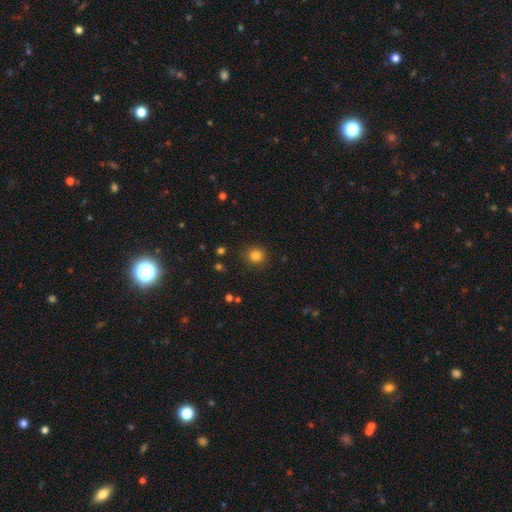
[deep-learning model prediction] smooth-or-featured: smooth: 82% | star or artifact: 13% | featured or disk: 5%
  how-rounded: round: 88% | in between: 11% | cigar-shaped: 1%
  merging: none: 89% | minor disturbance: 7% | major disturbance: 2% | merger: 1%